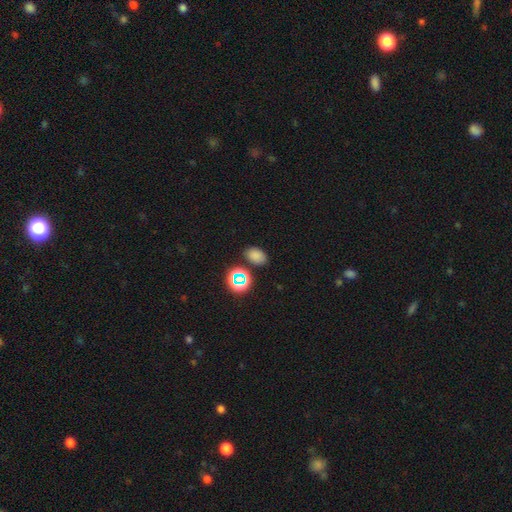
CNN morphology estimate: smooth_or_featured: smooth (p=0.74) [alt: star or artifact p=0.20]
how_rounded: in between (p=0.82) [alt: round p=0.17]
merging: none (p=0.80) [alt: minor disturbance p=0.12]